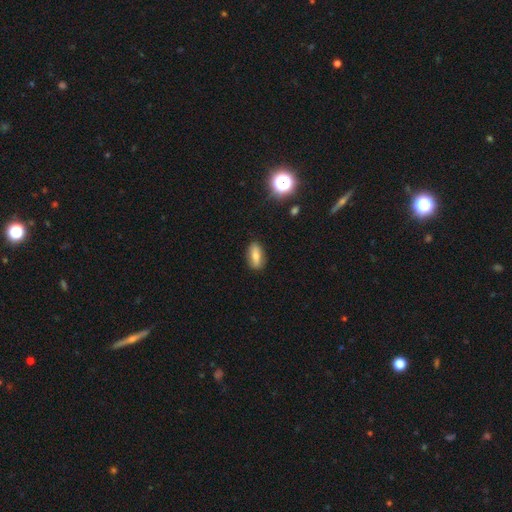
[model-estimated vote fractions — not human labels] Smooth or featured? Predicted: smooth (p=0.65). How rounded? Predicted: in between (p=0.78). Merging? Predicted: none (p=0.86).